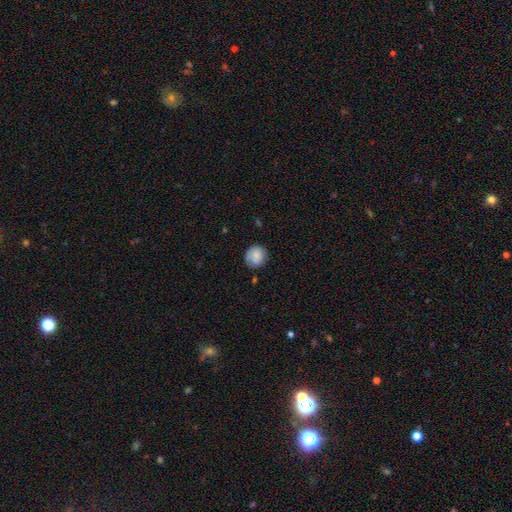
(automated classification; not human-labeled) This is likely a smooth galaxy (78%). How rounded: clearly round (82%). Merging: likely none (71%).